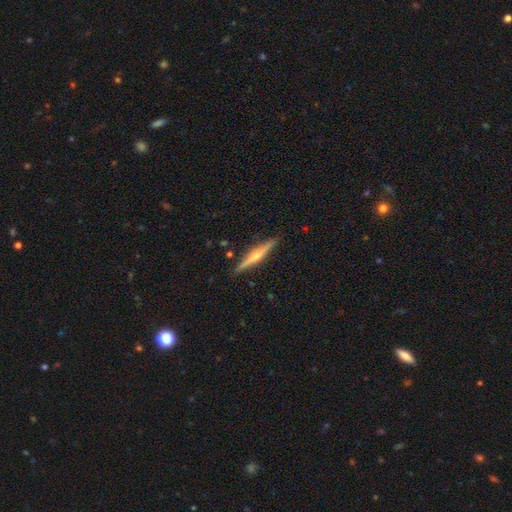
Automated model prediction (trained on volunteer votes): featured or disk 65%, smooth 29%, star or artifact 6%. Down the decision tree: edge-on disk — yes (97%); edge-on bulge — rounded (82%); merging — none (90%).